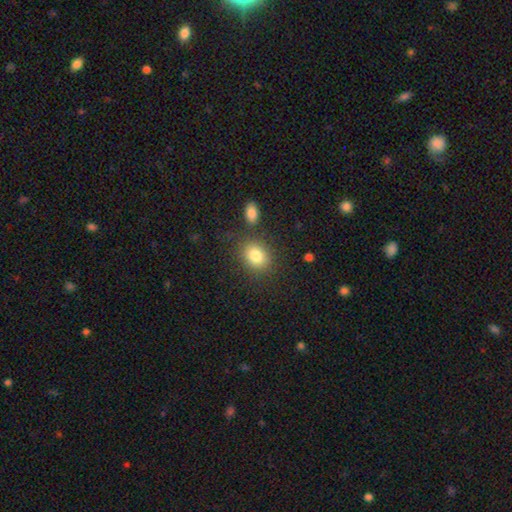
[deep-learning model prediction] A smooth galaxy with no disk features (83%) that is in between round and cigar-shaped (51%).

Vote fractions:
- Smooth or featured? smooth: 83% / star or artifact: 10% / featured or disk: 8%
- How rounded? in between: 51% / round: 48% / cigar-shaped: 1%
- Merging? none: 76% / minor disturbance: 12% / merger: 7% / major disturbance: 4%